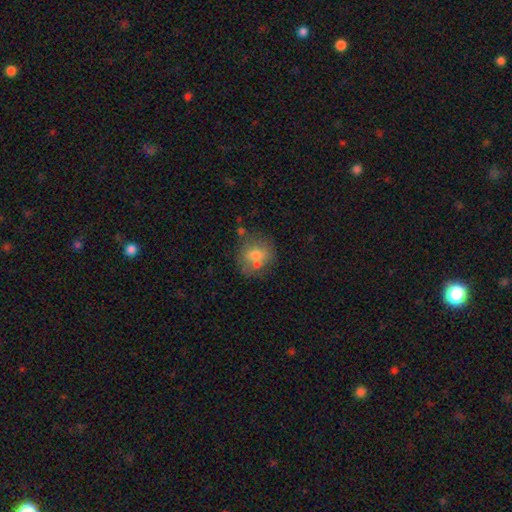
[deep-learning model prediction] Overall: smooth (64%; featured or disk 25%). How rounded: round (71%). Merging: none (55%; merger 20%).